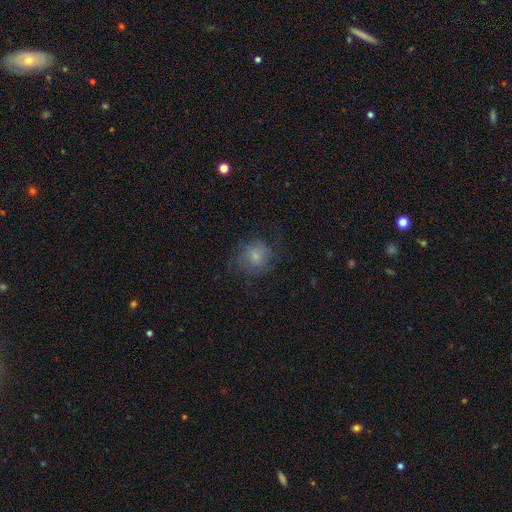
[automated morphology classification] This is likely a smooth galaxy (63%). How rounded: clearly round (82%). Merging: likely none (64%).